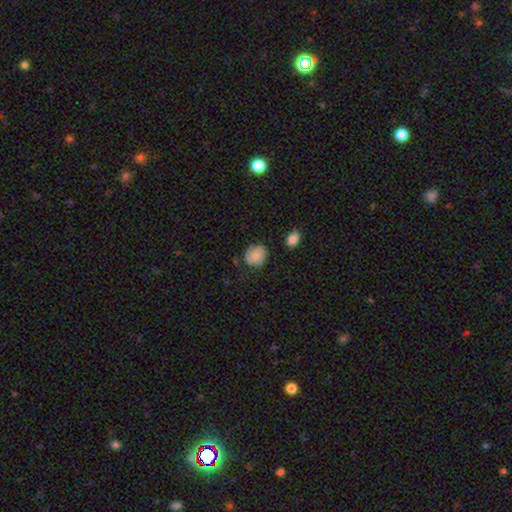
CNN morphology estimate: Smooth or featured?
  - smooth: 74% *
  - featured or disk: 19%
  - star or artifact: 8%
How rounded?
  - round: 74% *
  - in between: 25%
  - cigar-shaped: 1%
Merging?
  - none: 71% *
  - minor disturbance: 22%
  - major disturbance: 5%
  - merger: 2%